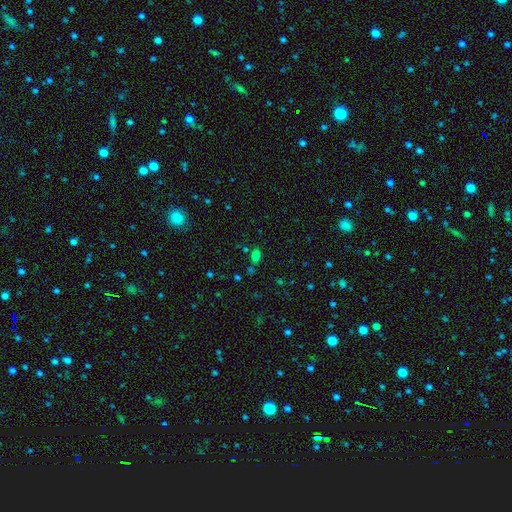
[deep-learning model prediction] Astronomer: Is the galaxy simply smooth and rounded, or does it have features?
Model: smooth — 68%.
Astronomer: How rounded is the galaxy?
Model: in between — 83%.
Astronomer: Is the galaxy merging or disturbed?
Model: none — 67%.